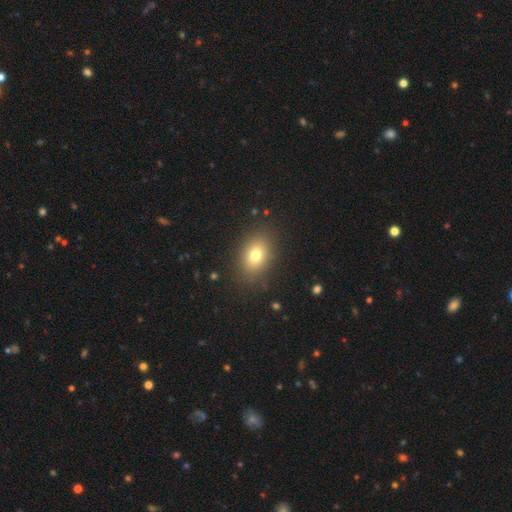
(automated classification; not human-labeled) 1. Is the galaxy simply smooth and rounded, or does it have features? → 73% smooth, 17% star or artifact, 10% featured or disk.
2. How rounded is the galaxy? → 75% in between, 24% round, 2% cigar-shaped.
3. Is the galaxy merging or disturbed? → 88% none, 8% minor disturbance, 2% major disturbance, 1% merger.